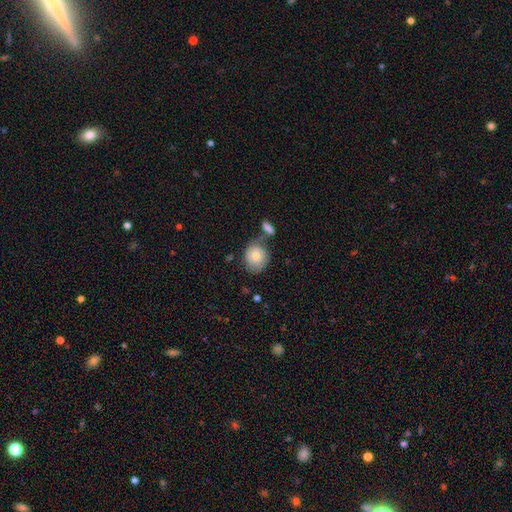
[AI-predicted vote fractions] Smooth or featured? Predicted: smooth (p=0.78). How rounded? Predicted: round (p=0.73). Merging? Predicted: none (p=0.56).